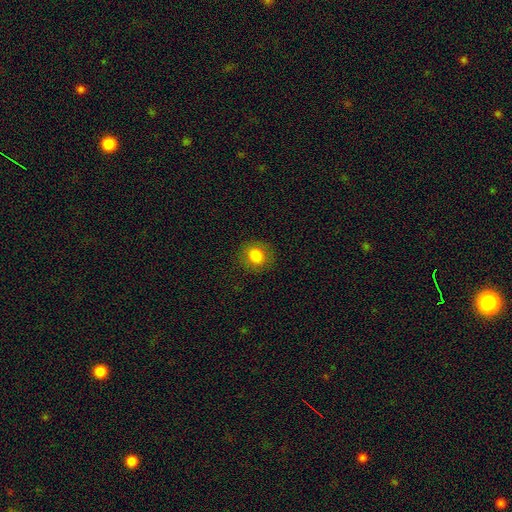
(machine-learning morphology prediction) This is clearly a smooth galaxy (82%). How rounded: likely round (78%). Merging: clearly none (86%).